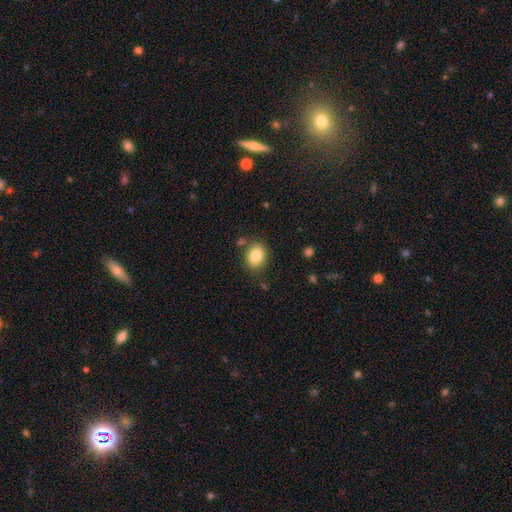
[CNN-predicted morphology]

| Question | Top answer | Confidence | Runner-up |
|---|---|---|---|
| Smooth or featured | smooth | 86% | star or artifact (8%) |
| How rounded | in between | 62% | round (37%) |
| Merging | none | 80% | minor disturbance (12%) |